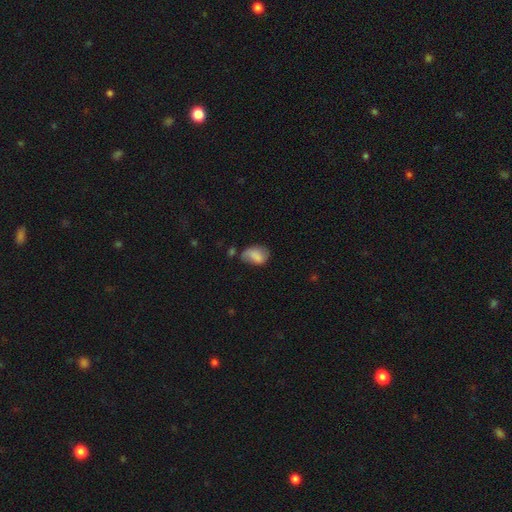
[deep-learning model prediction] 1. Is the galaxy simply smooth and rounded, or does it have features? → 72% smooth, 19% featured or disk, 9% star or artifact.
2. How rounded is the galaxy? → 80% in between, 19% round, 1% cigar-shaped.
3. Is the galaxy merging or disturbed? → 44% none, 34% minor disturbance, 15% major disturbance, 6% merger.